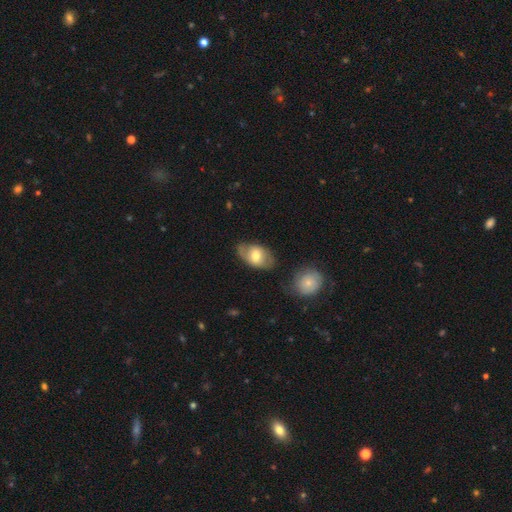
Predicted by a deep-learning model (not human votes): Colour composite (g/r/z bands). It shows a smooth galaxy with no disk features (58%) that is in between round and cigar-shaped (88%). Merging: none (64%).